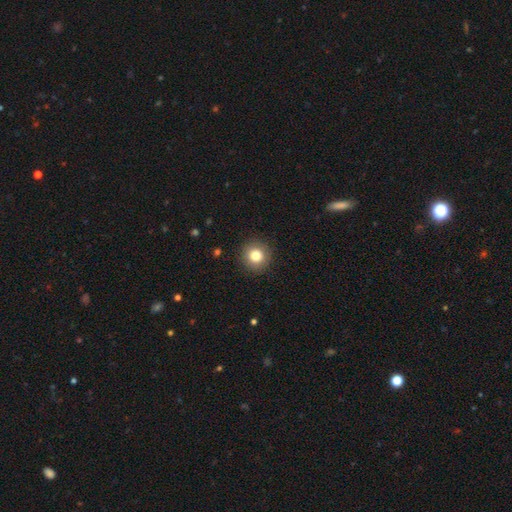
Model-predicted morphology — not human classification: Q: Smooth or featured?
A: smooth (81%); runner-up: star or artifact (10%)
Q: How rounded?
A: round (95%); runner-up: in between (4%)
Q: Merging?
A: none (91%); runner-up: minor disturbance (6%)